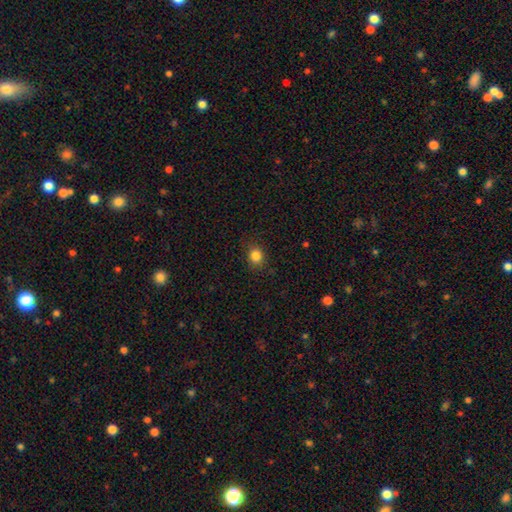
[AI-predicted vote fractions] smooth 84%, star or artifact 11%, featured or disk 4%. Down the decision tree: how rounded — round (69%); merging — none (86%).